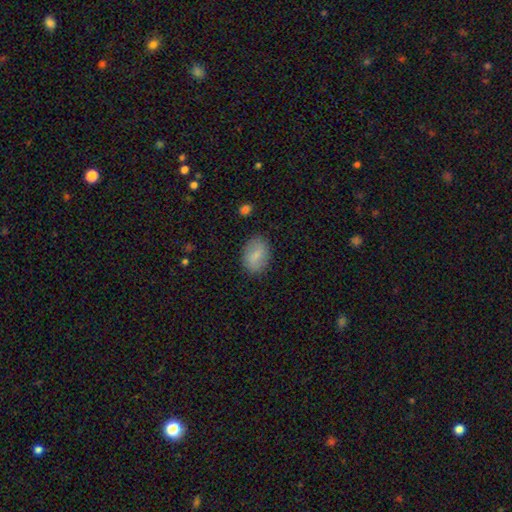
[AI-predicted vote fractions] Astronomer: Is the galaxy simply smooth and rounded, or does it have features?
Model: smooth — 77%.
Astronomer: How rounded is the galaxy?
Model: in between — 79%.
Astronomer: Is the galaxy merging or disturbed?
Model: none — 84%.